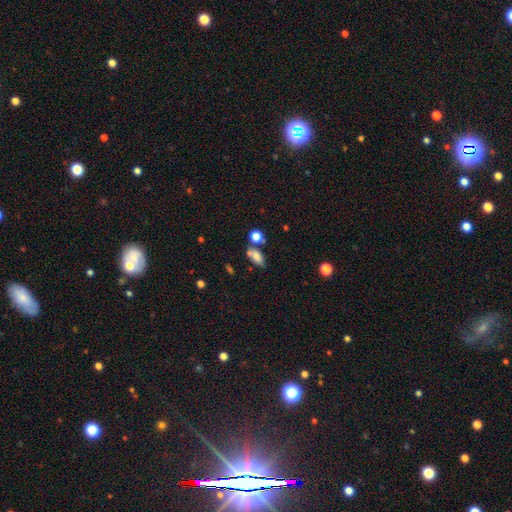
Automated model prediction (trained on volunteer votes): Smooth or featured?
  - smooth: 75% *
  - featured or disk: 13%
  - star or artifact: 12%
How rounded?
  - in between: 81% *
  - round: 10%
  - cigar-shaped: 8%
Merging?
  - none: 49% *
  - merger: 24%
  - minor disturbance: 19%
  - major disturbance: 8%